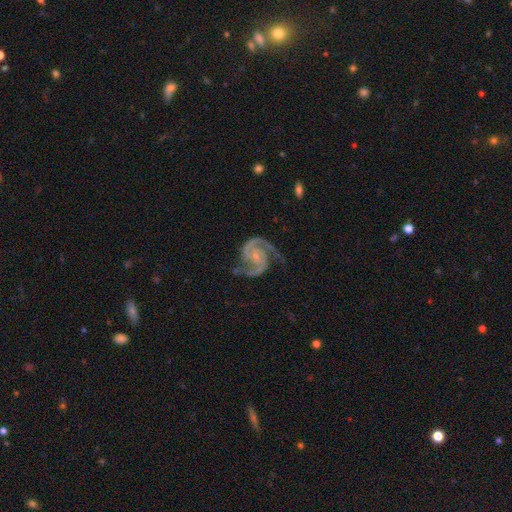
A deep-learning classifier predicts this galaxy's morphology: This is clearly a featured or disk galaxy (94%). It is clearly not viewed edge-on (98%). Bar: likely no (60%). Spiral arm pattern: clearly yes (99%). Spiral arm count: clearly 2 (90%). Spiral winding: possibly medium (58%). Central bulge: likely small (73%). Merging: likely none (71%).